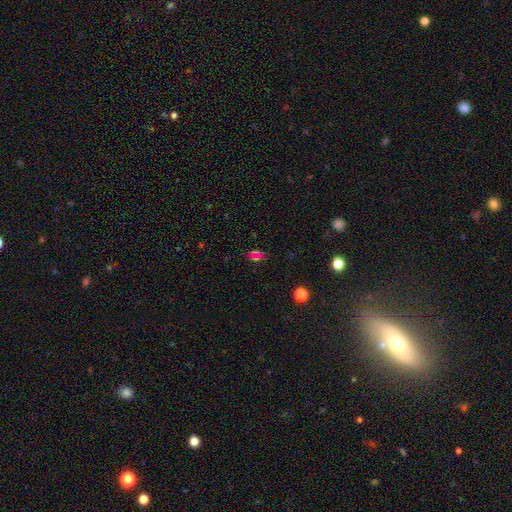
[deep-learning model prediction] Overall: smooth (54%; star or artifact 37%). How rounded: in between (63%; round 34%). Merging: none (67%).